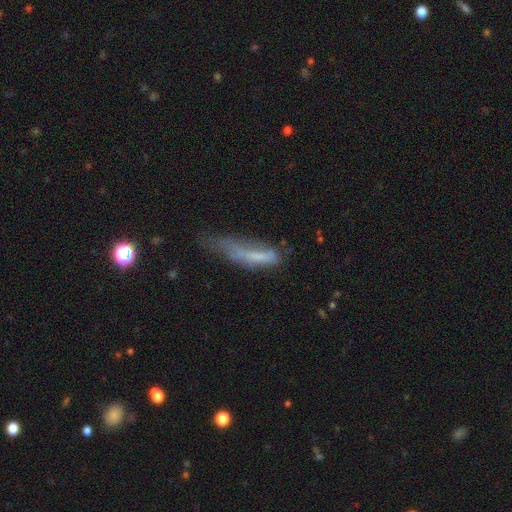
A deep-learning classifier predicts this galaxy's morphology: A smooth galaxy with no disk features (56%) that is cigar-shaped (73%). Merging: major disturbance (37%).